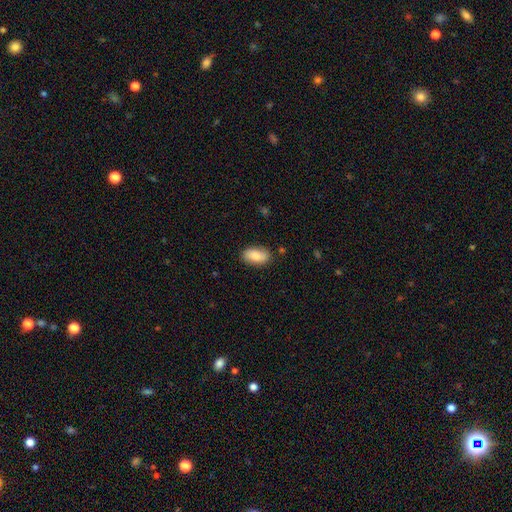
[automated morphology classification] A smooth galaxy with no disk features (82%) that is in between round and cigar-shaped (93%).

Vote fractions:
- Smooth or featured? smooth: 82% / featured or disk: 11% / star or artifact: 6%
- How rounded? in between: 93% / round: 4% / cigar-shaped: 3%
- Merging? none: 82% / minor disturbance: 14% / major disturbance: 3% / merger: 2%